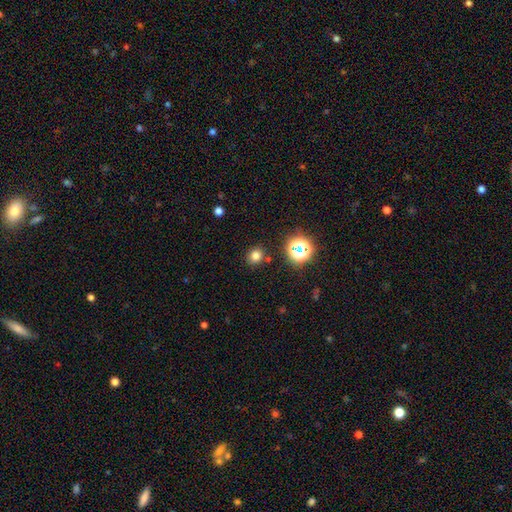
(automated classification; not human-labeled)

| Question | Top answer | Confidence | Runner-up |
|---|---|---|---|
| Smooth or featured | smooth | 76% | star or artifact (18%) |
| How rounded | round | 76% | in between (23%) |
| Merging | none | 86% | minor disturbance (8%) |